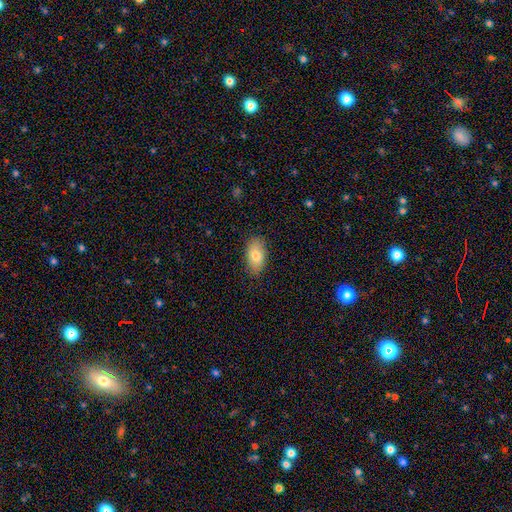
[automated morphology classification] Smooth or featured? Predicted: smooth (p=0.79). How rounded? Predicted: in between (p=0.93). Merging? Predicted: none (p=0.85).